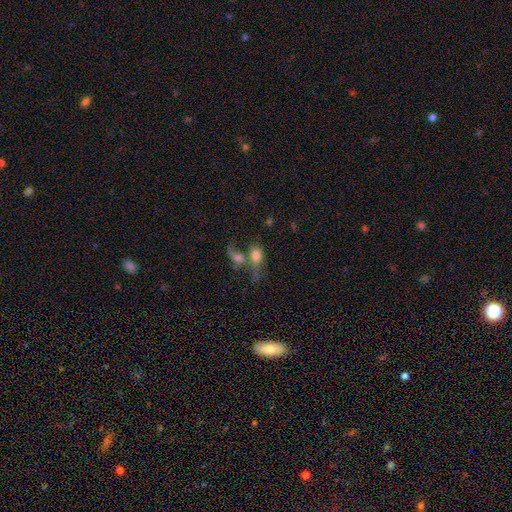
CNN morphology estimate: A smooth galaxy with no disk features (68%) that is in between round and cigar-shaped (66%).

Vote fractions:
- Smooth or featured? smooth: 68% / featured or disk: 21% / star or artifact: 11%
- How rounded? in between: 66% / round: 29% / cigar-shaped: 5%
- Merging? merger: 63% / none: 17% / major disturbance: 12% / minor disturbance: 8%